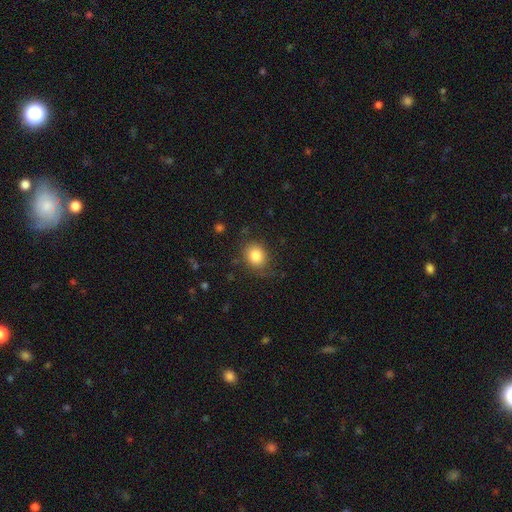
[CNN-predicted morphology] smooth-or-featured: smooth: 83% | star or artifact: 10% | featured or disk: 7%
  how-rounded: round: 65% | in between: 34% | cigar-shaped: 1%
  merging: none: 78% | minor disturbance: 16% | major disturbance: 5% | merger: 1%